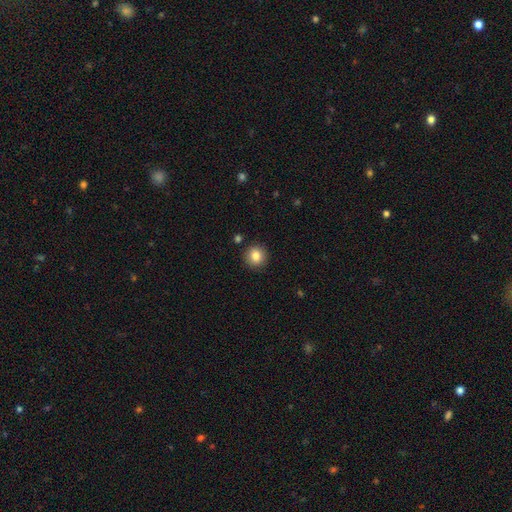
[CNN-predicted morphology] This appears to be a smooth galaxy with no disk features (84%) that is round (93%). Merging: none (90%).